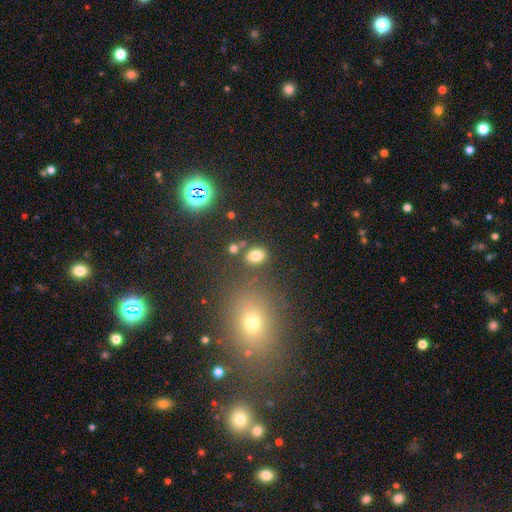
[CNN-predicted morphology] A smooth galaxy with no disk features (78%) that is in between round and cigar-shaped (72%).

Vote fractions:
- Smooth or featured? smooth: 78% / star or artifact: 14% / featured or disk: 8%
- How rounded? in between: 72% / round: 27% / cigar-shaped: 1%
- Merging? none: 75% / minor disturbance: 12% / merger: 9% / major disturbance: 4%